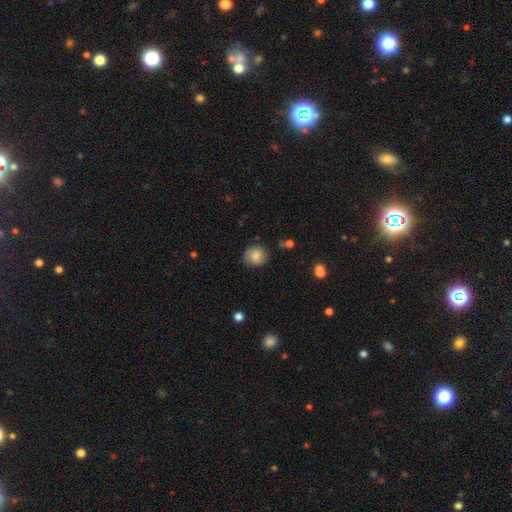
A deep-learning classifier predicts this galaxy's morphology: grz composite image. It shows a smooth galaxy with no disk features (84%) that is round (86%). Merging: none (81%).